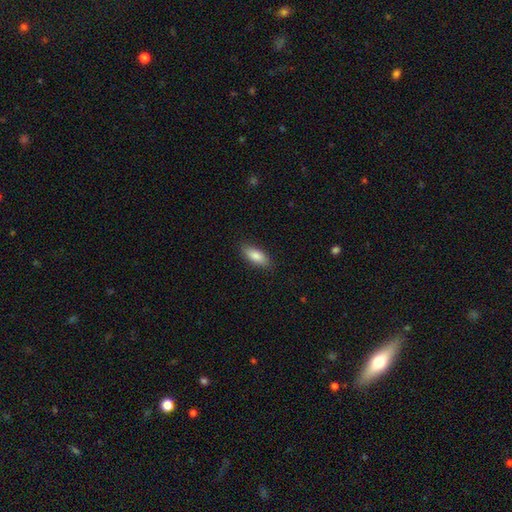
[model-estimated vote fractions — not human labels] Morphology: type=smooth (85%); roundness=in between (79%); merging=none (87%).